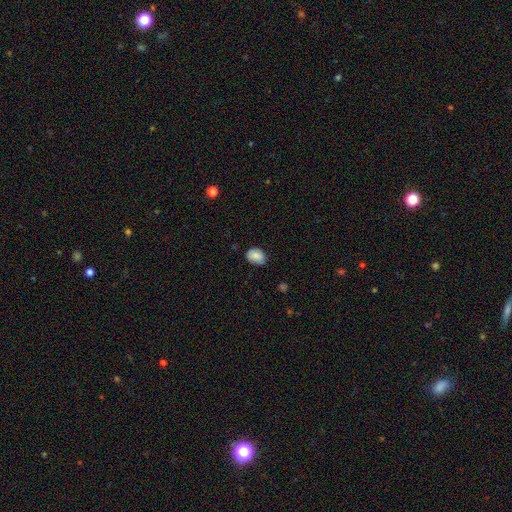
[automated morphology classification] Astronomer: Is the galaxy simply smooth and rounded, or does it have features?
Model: smooth — 85%.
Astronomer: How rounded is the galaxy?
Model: in between — 70%.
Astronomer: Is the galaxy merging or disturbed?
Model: none — 67%.